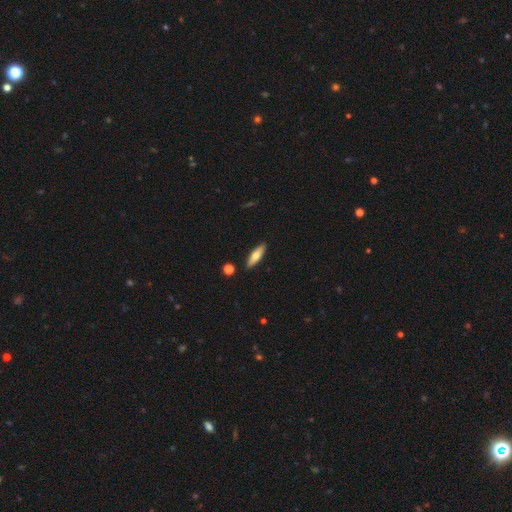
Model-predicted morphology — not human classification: A smooth galaxy with no disk features (63%) that is cigar-shaped (54%). Merging: none (88%).